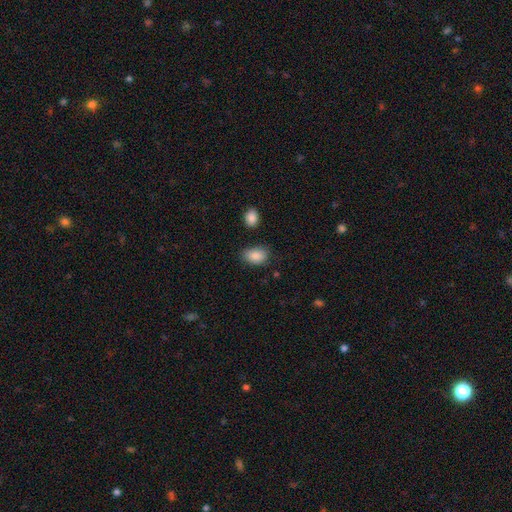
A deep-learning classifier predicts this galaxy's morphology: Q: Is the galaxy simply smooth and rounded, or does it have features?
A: smooth — 88%.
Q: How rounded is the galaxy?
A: in between — 83%.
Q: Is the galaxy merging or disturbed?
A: none — 75%.